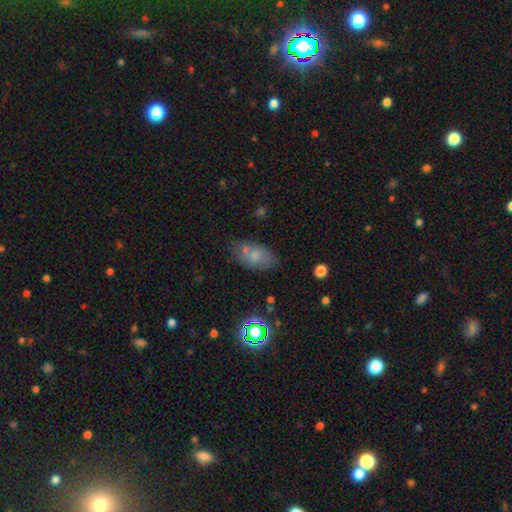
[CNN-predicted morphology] Q: Smooth or featured?
A: smooth (71%); runner-up: featured or disk (17%)
Q: How rounded?
A: in between (90%); runner-up: round (8%)
Q: Merging?
A: none (62%); runner-up: minor disturbance (18%)